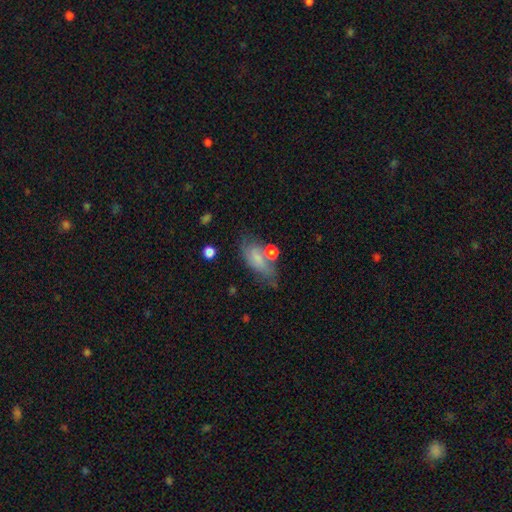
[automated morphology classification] type=smooth (62%); roundness=in between (74%); merging=none (53%).